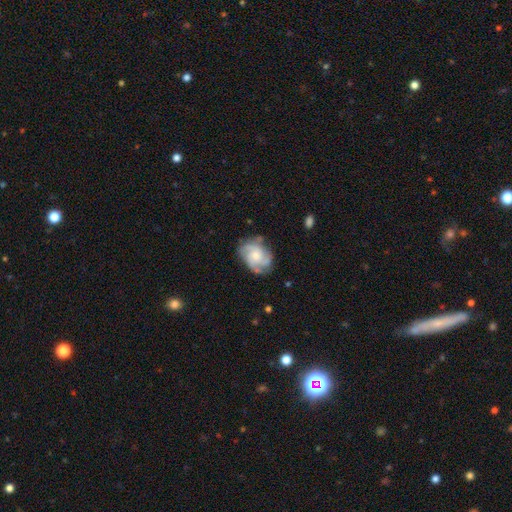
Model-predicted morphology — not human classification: Smooth or featured: featured or disk — 77% (smooth — 17%)
Edge-on disk: no — 98% (yes — 2%)
Bar: no — 73% (weak — 24%)
Spiral arms: yes — 94% (no — 6%)
Spiral winding: tight — 44% (medium — 43%)
Spiral arm count: 3 — 44% (2 — 18%)
Bulge size: moderate — 47% (small — 37%)
Merging: none — 69% (minor disturbance — 21%)